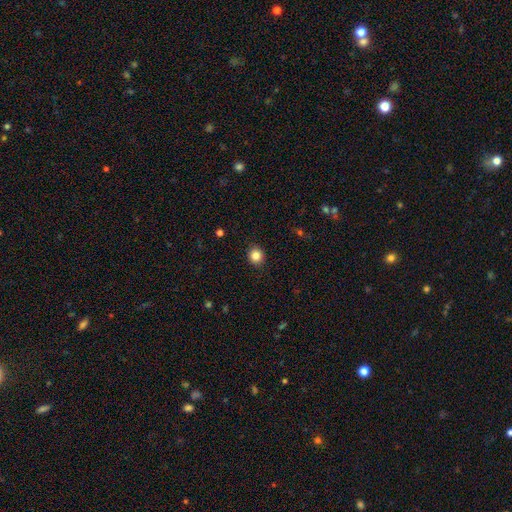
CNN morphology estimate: Smooth or featured? smooth (84%)
How rounded? round (85%)
Merging? none (91%)